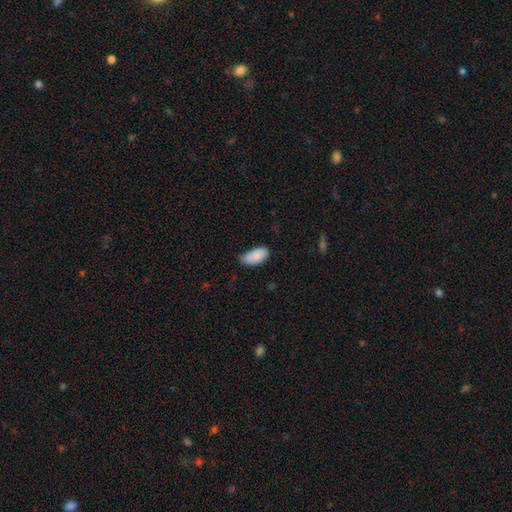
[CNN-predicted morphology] Smooth or featured? Predicted: smooth (p=0.86). How rounded? Predicted: in between (p=0.94). Merging? Predicted: none (p=0.57).